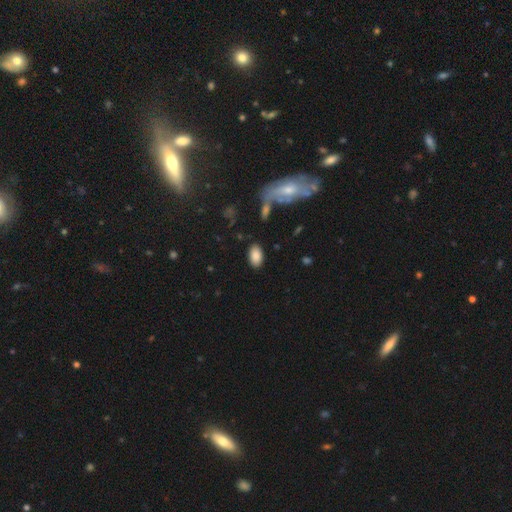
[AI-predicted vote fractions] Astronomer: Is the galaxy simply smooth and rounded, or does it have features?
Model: smooth — 87%.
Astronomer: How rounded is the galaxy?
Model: in between — 93%.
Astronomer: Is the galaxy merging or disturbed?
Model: none — 85%.